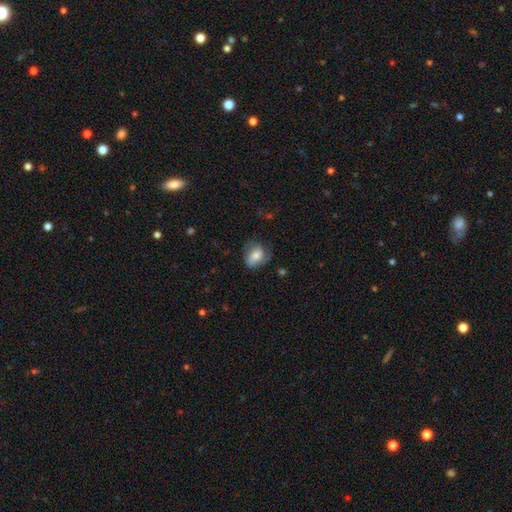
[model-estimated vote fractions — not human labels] This is likely a smooth galaxy (64%). How rounded: likely in between (63%). Merging: possibly none (56%).